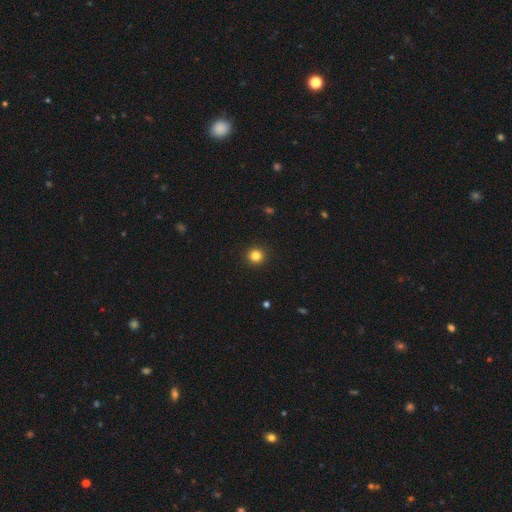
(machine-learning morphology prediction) smooth_or_featured: smooth (p=0.83) [alt: star or artifact p=0.13]
how_rounded: round (p=0.94) [alt: in between p=0.05]
merging: none (p=0.93) [alt: minor disturbance p=0.04]